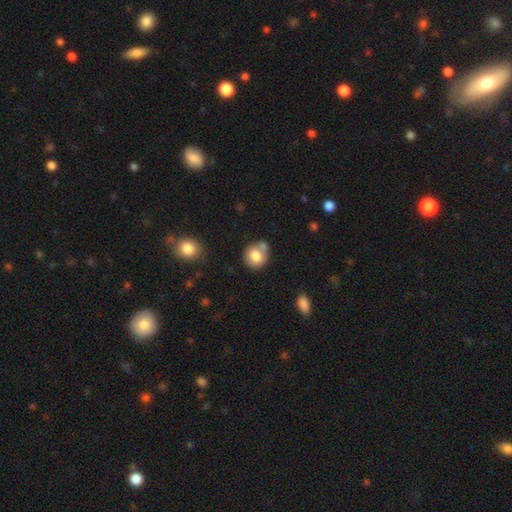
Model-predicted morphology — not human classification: A smooth galaxy with no disk features (80%) that is round (79%).

Vote fractions:
- Smooth or featured? smooth: 80% / featured or disk: 12% / star or artifact: 9%
- How rounded? round: 79% / in between: 20% / cigar-shaped: 1%
- Merging? none: 53% / merger: 26% / minor disturbance: 16% / major disturbance: 5%